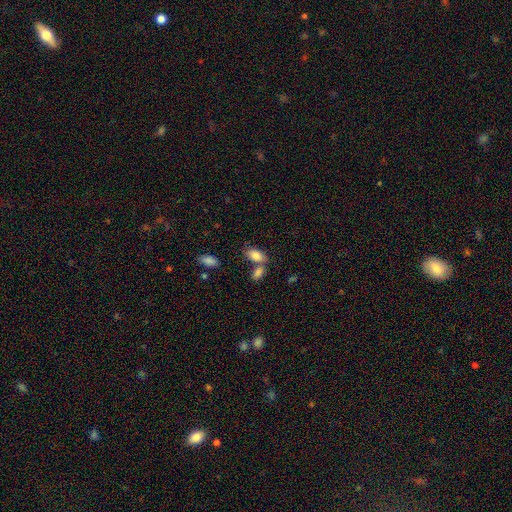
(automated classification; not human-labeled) Smooth or featured? Predicted: smooth (p=0.85). How rounded? Predicted: in between (p=0.92). Merging? Predicted: none (p=0.48).